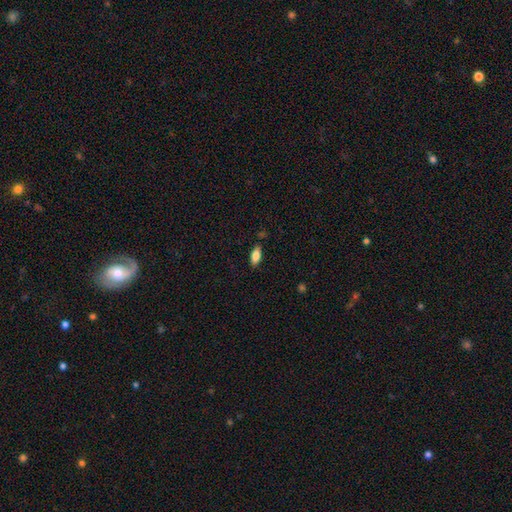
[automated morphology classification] Overall: smooth (83%). How rounded: in between (88%). Merging: none (84%).